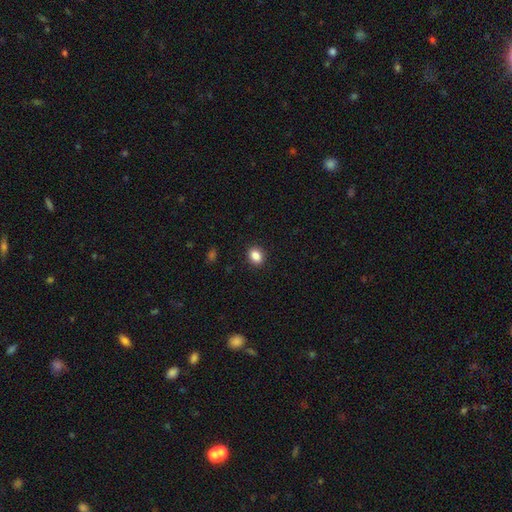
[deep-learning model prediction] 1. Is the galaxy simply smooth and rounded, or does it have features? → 87% smooth, 9% star or artifact, 4% featured or disk.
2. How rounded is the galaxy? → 55% in between, 44% round, 1% cigar-shaped.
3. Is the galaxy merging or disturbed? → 90% none, 7% minor disturbance, 2% major disturbance, 1% merger.